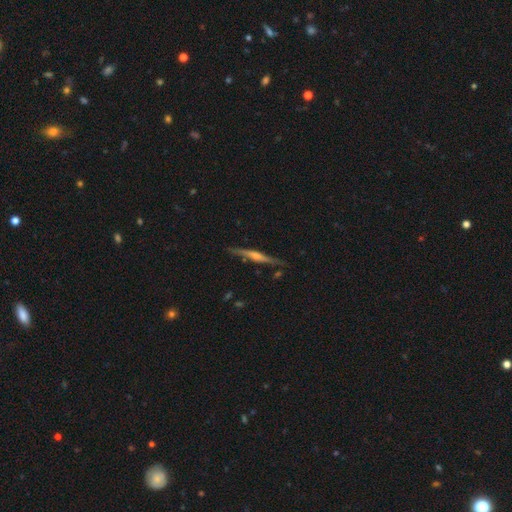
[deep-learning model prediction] A featured or disk galaxy (80%) viewed edge-on (97%) with a rounded central bulge (79%).

Vote fractions:
- Smooth or featured? featured or disk: 80% / smooth: 14% / star or artifact: 6%
- Edge-on disk? yes: 97% / no: 3%
- Edge-on bulge? rounded: 79% / none: 11% / boxy: 10%
- Merging? none: 85% / minor disturbance: 11% / major disturbance: 2% / merger: 2%